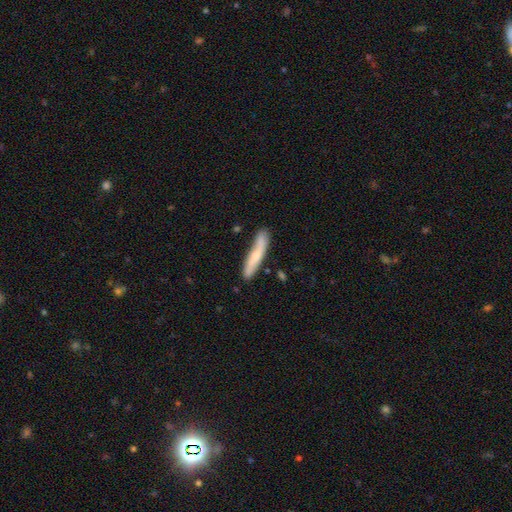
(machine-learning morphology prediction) A smooth galaxy with no disk features (57%) that is cigar-shaped (90%).

Vote fractions:
- Smooth or featured? smooth: 57% / featured or disk: 37% / star or artifact: 5%
- How rounded? cigar-shaped: 90% / in between: 8% / round: 2%
- Merging? none: 77% / minor disturbance: 17% / merger: 4% / major disturbance: 3%